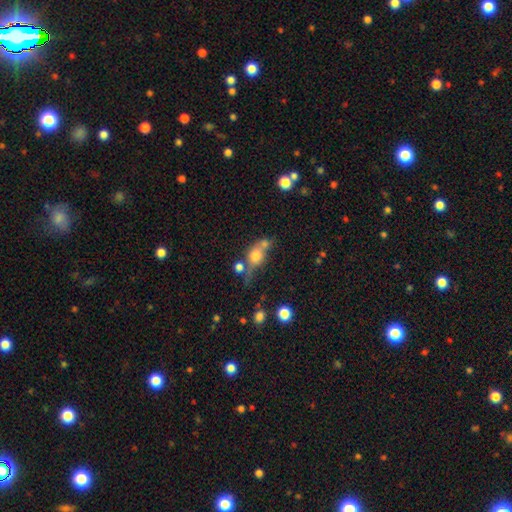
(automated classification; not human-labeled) smooth 67%, featured or disk 21%, star or artifact 12%. Down the decision tree: how rounded — round (53%); merging — merger (40%).